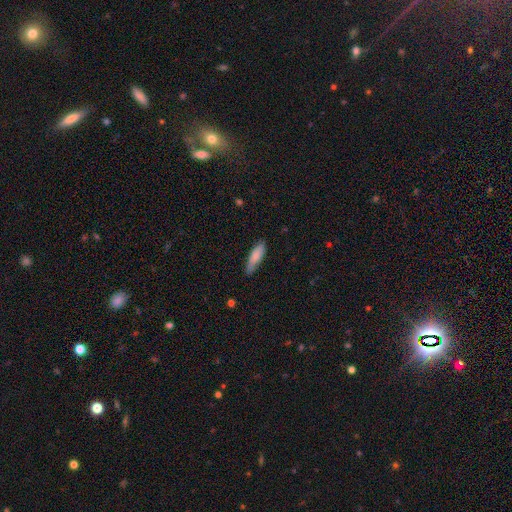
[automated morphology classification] type=smooth (79%); roundness=cigar-shaped (57%); merging=none (74%).